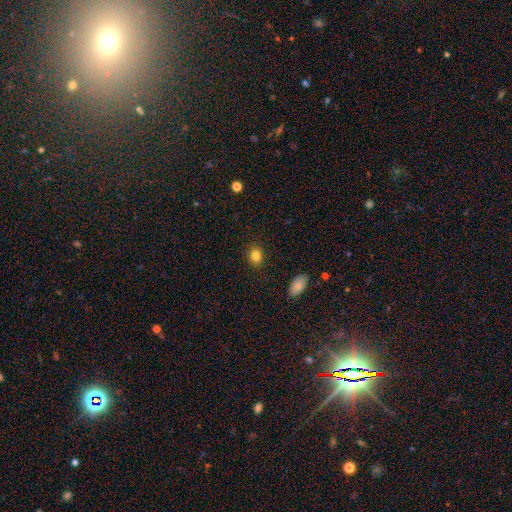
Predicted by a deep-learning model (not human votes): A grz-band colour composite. It shows a smooth galaxy with no disk features (83%) that is round (51%). Merging: none (88%).